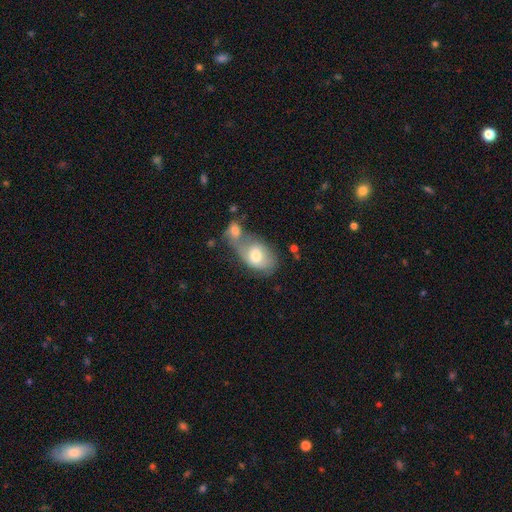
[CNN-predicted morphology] The model was most divided on "smooth or featured": smooth: 67%, featured or disk: 26%, star or artifact: 7%. More confident: how rounded — in between (83%); merging — merger (60%).